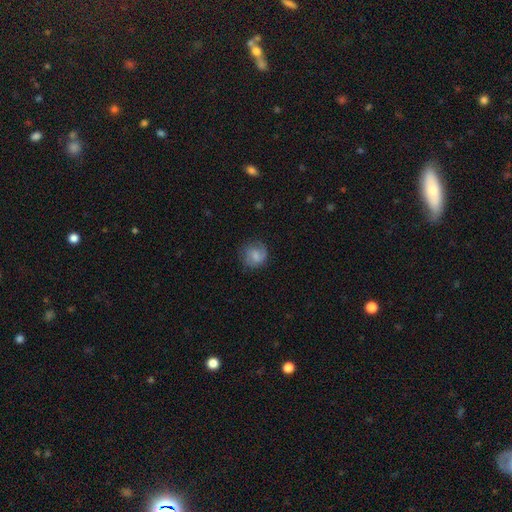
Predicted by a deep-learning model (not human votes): The model was most divided on "smooth or featured": smooth: 58%, featured or disk: 34%, star or artifact: 8%. More confident: how rounded — round (83%); merging — none (74%).